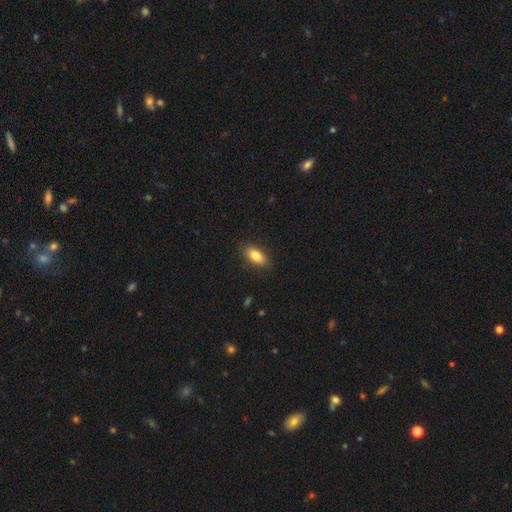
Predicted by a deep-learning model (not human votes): Overall: smooth (82%). How rounded: in between (87%). Merging: none (87%).